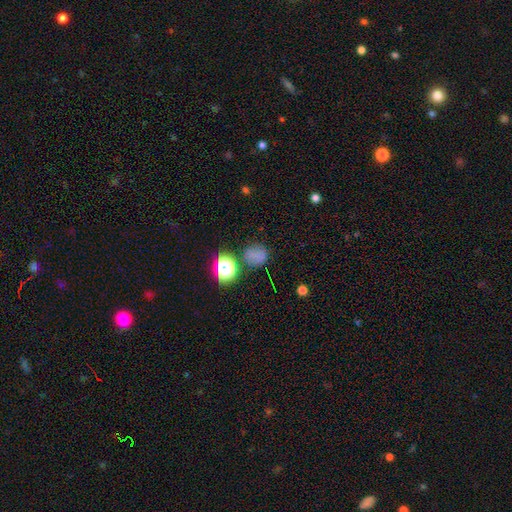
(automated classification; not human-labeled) Overall: smooth (68%). How rounded: round (78%). Merging: none (70%).